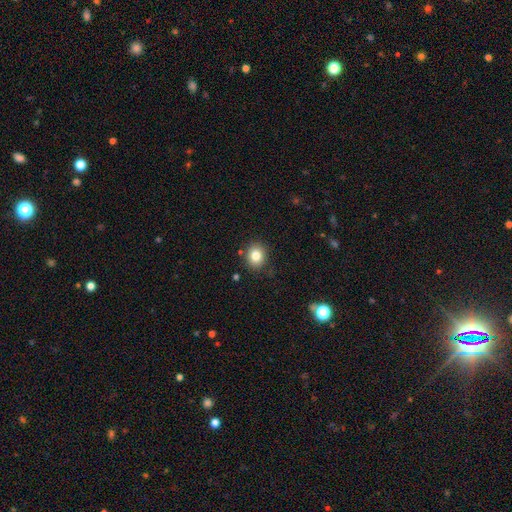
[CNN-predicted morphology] Smooth or featured: smooth — 81% (star or artifact — 11%)
How rounded: round — 70% (in between — 29%)
Merging: none — 86% (minor disturbance — 9%)